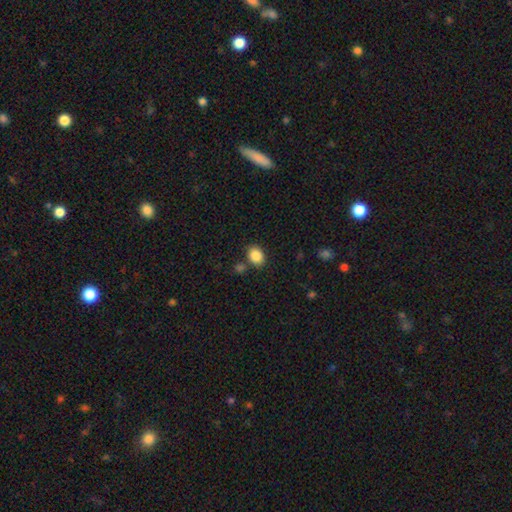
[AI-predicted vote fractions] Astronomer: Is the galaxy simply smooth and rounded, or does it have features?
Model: smooth — 87%.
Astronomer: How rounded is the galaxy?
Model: in between — 58% (runner-up: round, 41%).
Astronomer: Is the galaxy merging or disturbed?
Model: none — 79%.